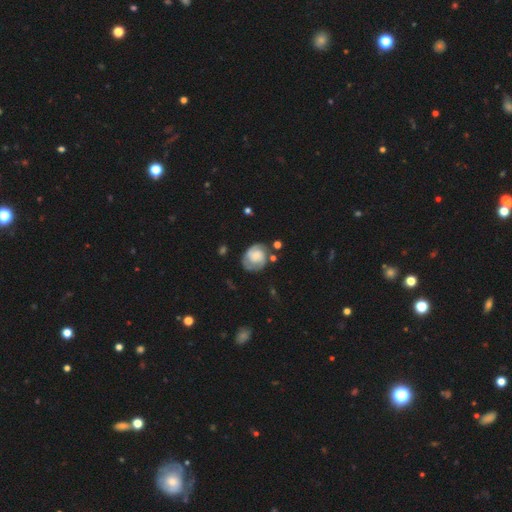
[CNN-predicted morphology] This appears to be a featured or disk galaxy (70%) with no bar (68%), 2 (64%) tight (56%) spiral arms (91%) and a small central bulge (36%). Merging: none (63%).